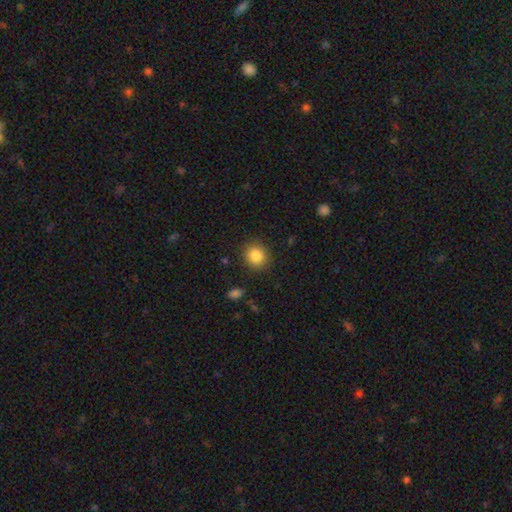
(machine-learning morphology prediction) This appears to be a smooth galaxy with no disk features (85%) that is round (84%). Merging: none (88%).